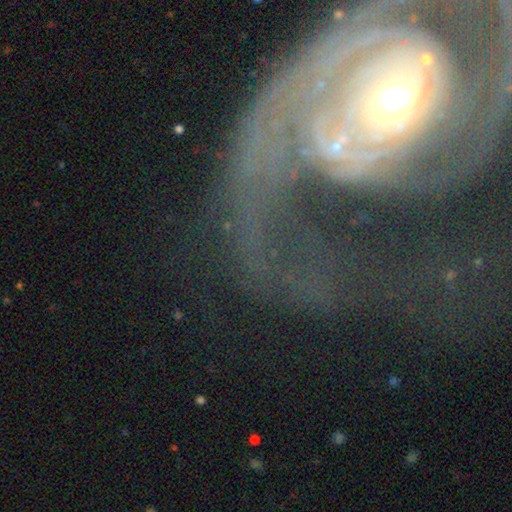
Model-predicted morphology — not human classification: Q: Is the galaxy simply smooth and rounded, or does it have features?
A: featured or disk — 78%.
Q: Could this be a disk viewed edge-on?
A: no — 94%.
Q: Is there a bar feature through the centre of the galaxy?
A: no — 61%.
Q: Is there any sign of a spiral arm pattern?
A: yes — 75%.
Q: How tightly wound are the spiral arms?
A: tight — 40%.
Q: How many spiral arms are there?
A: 2 — 38%.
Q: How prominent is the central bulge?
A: moderate — 58%.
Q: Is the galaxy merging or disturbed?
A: major disturbance — 43%.